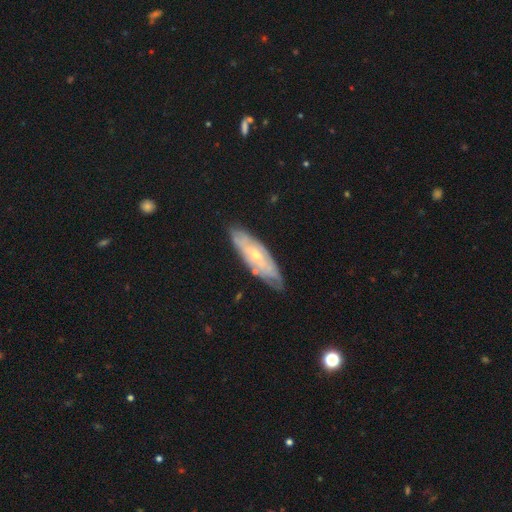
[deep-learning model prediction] Smooth or featured: featured or disk — 67% (smooth — 27%)
Edge-on disk: no — 73% (yes — 27%)
Merging: none — 75% (minor disturbance — 19%)